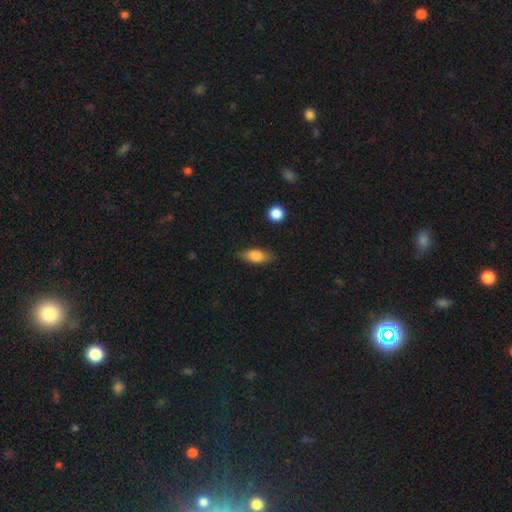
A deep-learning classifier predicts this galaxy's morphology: A smooth galaxy with no disk features (79%) that is in between round and cigar-shaped (81%).

Vote fractions:
- Smooth or featured? smooth: 79% / featured or disk: 14% / star or artifact: 7%
- How rounded? in between: 81% / cigar-shaped: 15% / round: 4%
- Merging? none: 79% / minor disturbance: 16% / major disturbance: 4% / merger: 2%